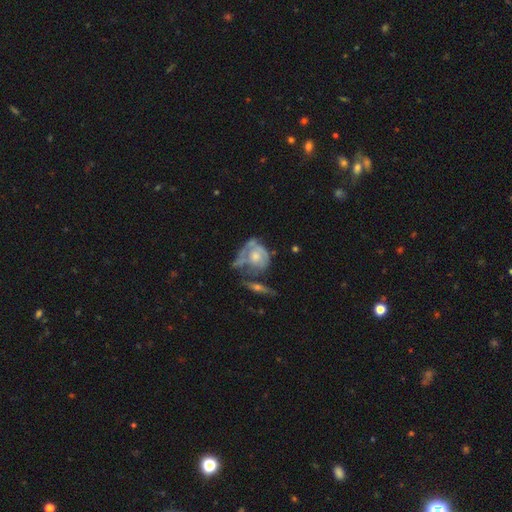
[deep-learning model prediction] featured or disk 62%, smooth 32%, star or artifact 6%. Down the decision tree: edge-on disk — no (95%); bar — no (85%); spiral arms — no (55%); bulge size — moderate (53%); merging — major disturbance (28%).